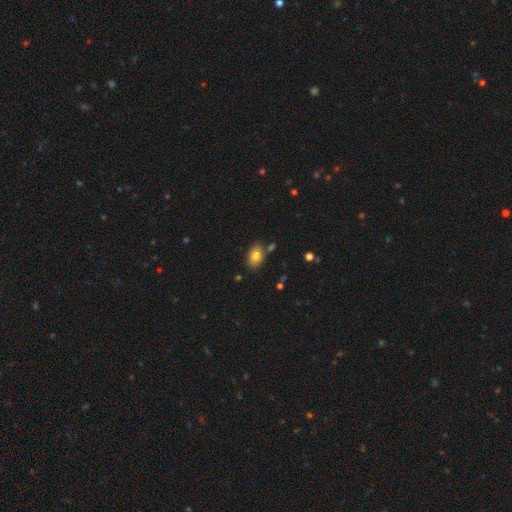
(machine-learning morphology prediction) Smooth or featured?
  - smooth: 82% *
  - featured or disk: 9%
  - star or artifact: 9%
How rounded?
  - in between: 86% *
  - round: 12%
  - cigar-shaped: 1%
Merging?
  - none: 79% *
  - minor disturbance: 12%
  - merger: 5%
  - major disturbance: 3%